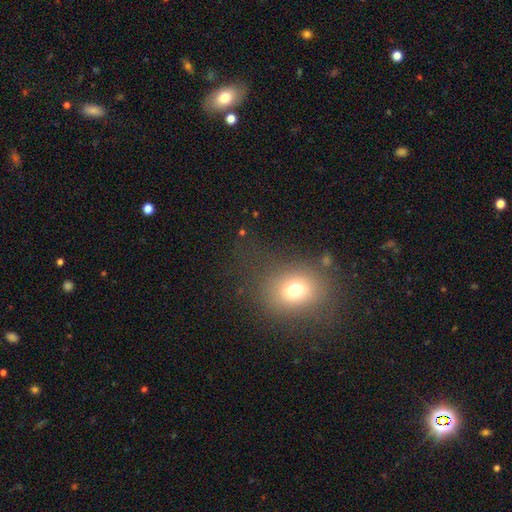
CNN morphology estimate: Q: Smooth or featured?
A: smooth (63%); runner-up: star or artifact (27%)
Q: How rounded?
A: round (65%); runner-up: in between (33%)
Q: Merging?
A: none (78%); runner-up: minor disturbance (14%)